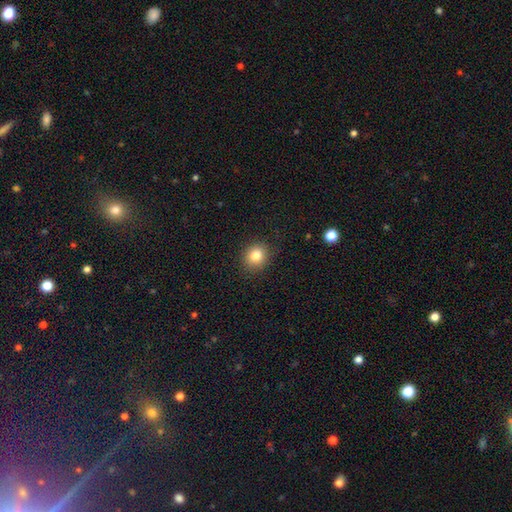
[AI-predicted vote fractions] Smooth or featured? smooth (82%)
How rounded? round (77%)
Merging? none (89%)